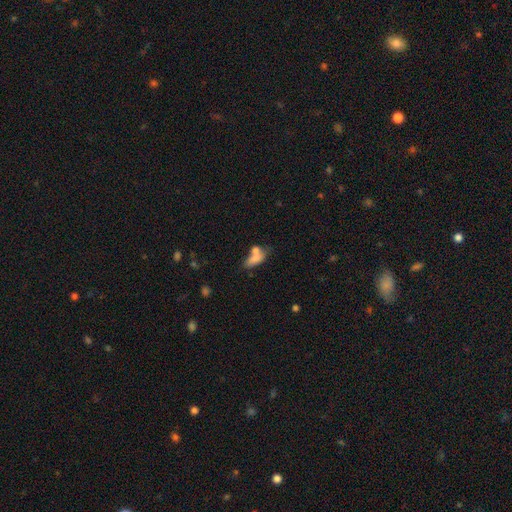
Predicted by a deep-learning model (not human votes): This is likely a smooth galaxy (73%). How rounded: likely in between (78%). Merging: marginally merger (43%).